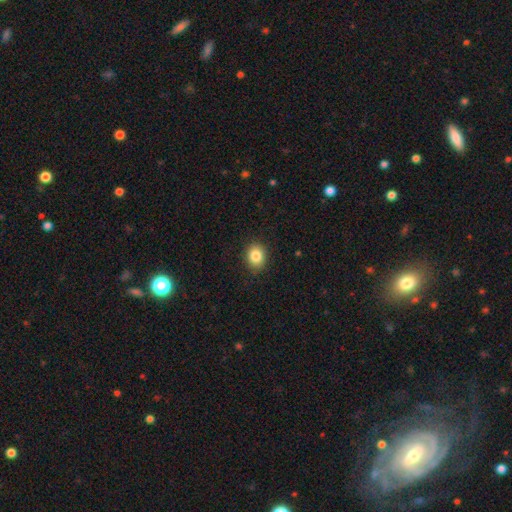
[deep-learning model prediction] This is clearly a smooth galaxy (85%). How rounded: possibly round (56%). Merging: clearly none (89%).